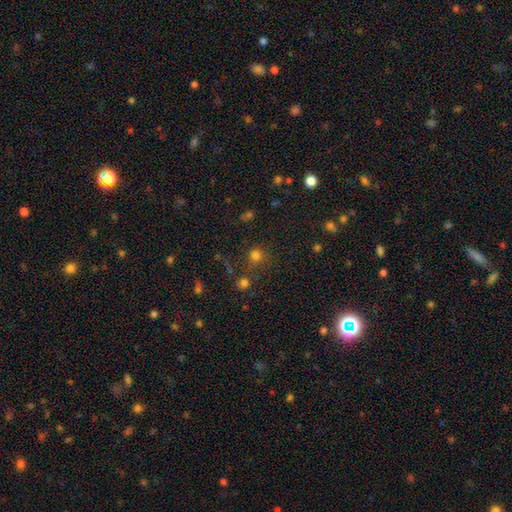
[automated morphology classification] This is likely a smooth galaxy (74%). How rounded: clearly round (90%). Merging: likely none (70%).